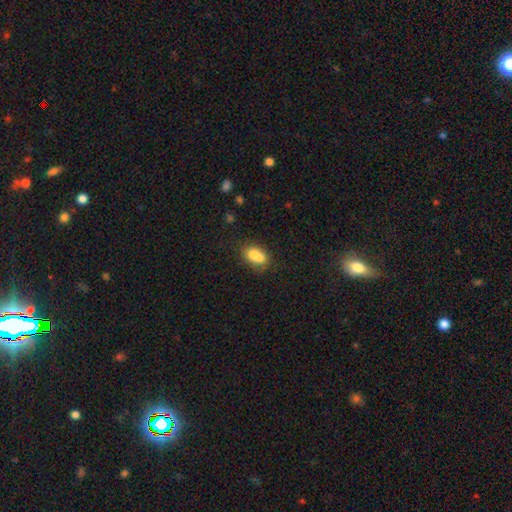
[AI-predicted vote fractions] Q: Smooth or featured?
A: smooth (73%); runner-up: featured or disk (17%)
Q: How rounded?
A: in between (72%); runner-up: round (25%)
Q: Merging?
A: merger (49%); runner-up: none (34%)